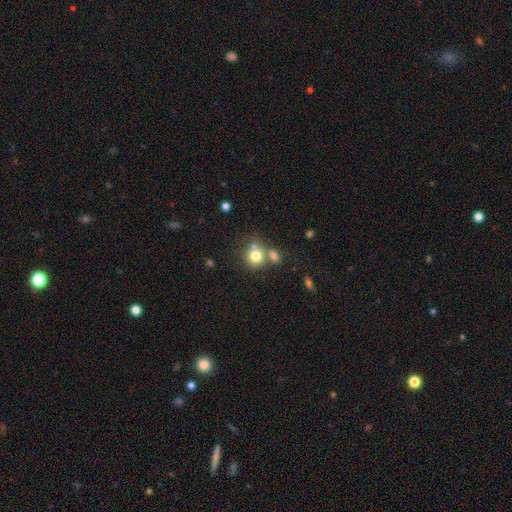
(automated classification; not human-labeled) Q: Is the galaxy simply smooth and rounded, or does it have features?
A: smooth — 76%.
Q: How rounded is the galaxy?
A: round — 80%.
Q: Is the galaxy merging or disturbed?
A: none — 44%.